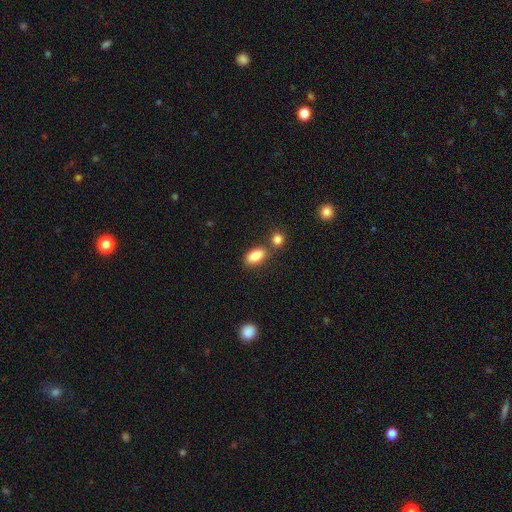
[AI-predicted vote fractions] This is clearly a smooth galaxy (85%). How rounded: clearly in between (88%). Merging: likely none (64%).